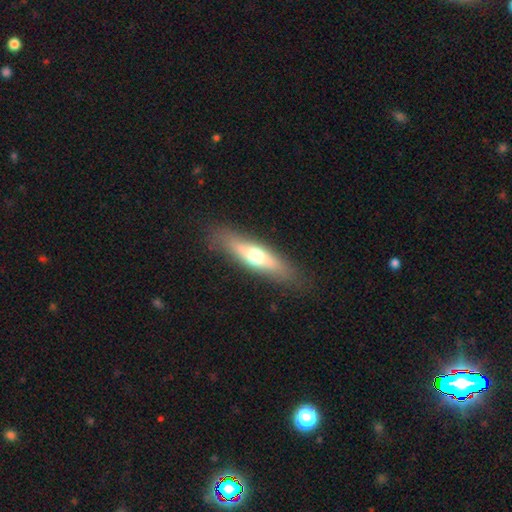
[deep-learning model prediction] A smooth galaxy with no disk features (52%) that is cigar-shaped (62%). Merging: none (84%).